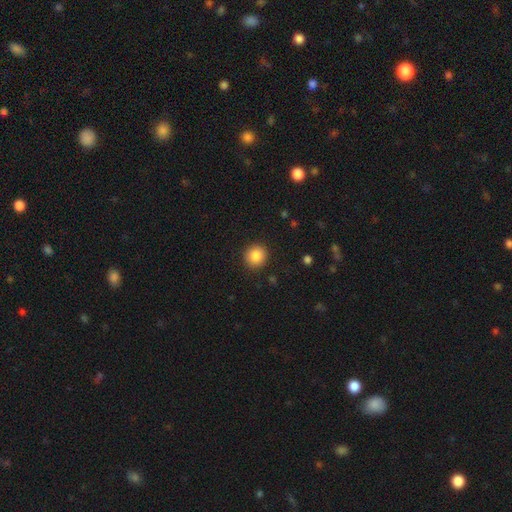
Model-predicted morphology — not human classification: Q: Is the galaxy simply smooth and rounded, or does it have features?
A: smooth — 86%.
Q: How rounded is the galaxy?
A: round — 91%.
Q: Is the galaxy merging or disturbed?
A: none — 91%.